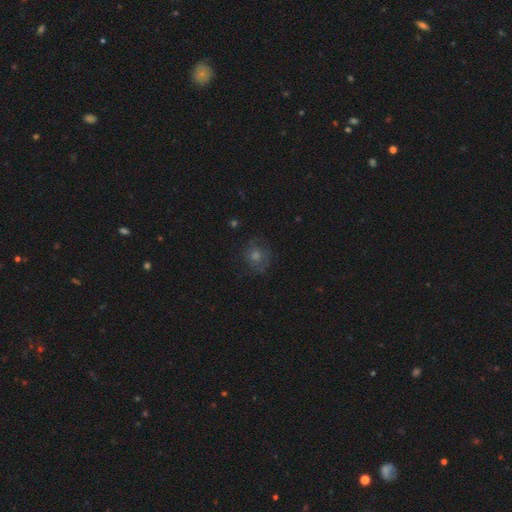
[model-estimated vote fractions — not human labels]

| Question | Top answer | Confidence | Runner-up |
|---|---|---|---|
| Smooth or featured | smooth | 52% | star or artifact (27%) |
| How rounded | round | 81% | in between (18%) |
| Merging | none | 76% | minor disturbance (15%) |